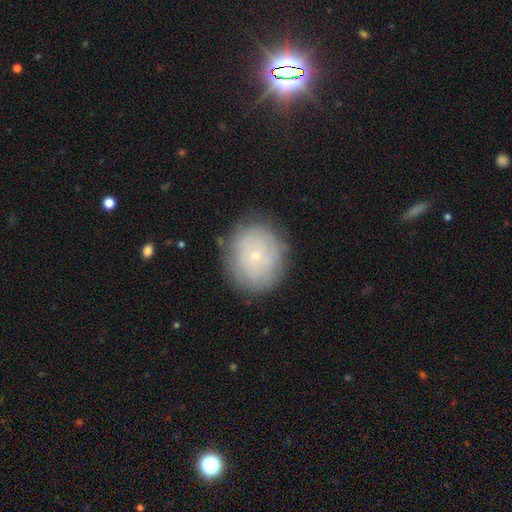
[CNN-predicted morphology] A smooth galaxy with no disk features (51%) that is round (73%).

Vote fractions:
- Smooth or featured? smooth: 51% / featured or disk: 39% / star or artifact: 9%
- How rounded? round: 73% / in between: 26% / cigar-shaped: 1%
- Merging? none: 81% / minor disturbance: 13% / major disturbance: 4% / merger: 1%